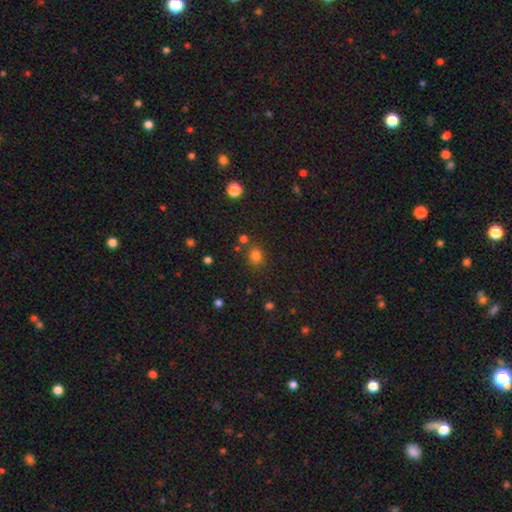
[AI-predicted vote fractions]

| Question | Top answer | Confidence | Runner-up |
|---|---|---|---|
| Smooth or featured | smooth | 79% | star or artifact (16%) |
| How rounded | round | 81% | in between (18%) |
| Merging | none | 79% | minor disturbance (10%) |